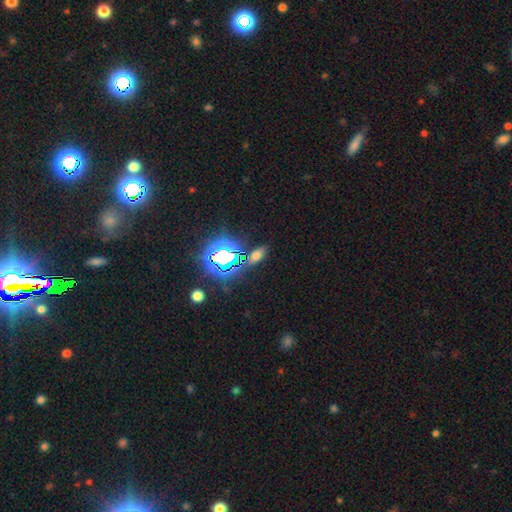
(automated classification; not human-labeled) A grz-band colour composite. It shows a smooth galaxy with no disk features (49%). Merging: none (80%).